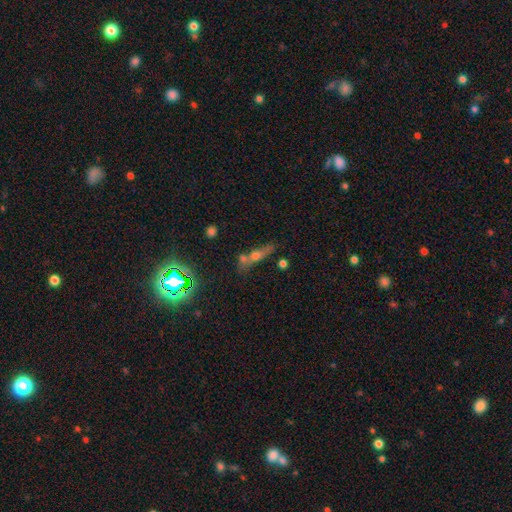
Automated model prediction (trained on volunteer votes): Q: Smooth or featured?
A: smooth (48%); runner-up: featured or disk (35%)
Q: Merging?
A: none (39%); runner-up: merger (38%)